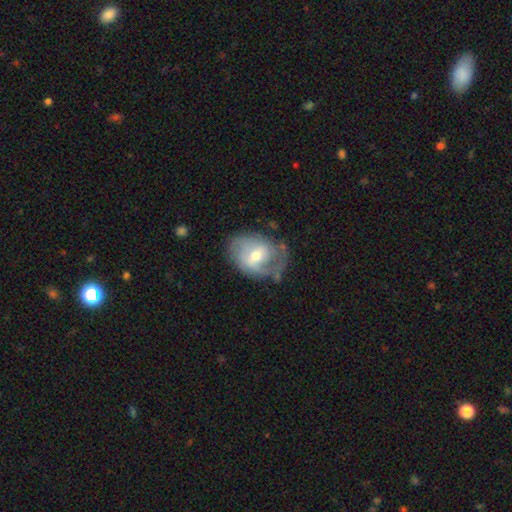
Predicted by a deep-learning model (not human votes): Morphology: type=featured or disk (69%); edge-on=no (96%); bar=weak (51%); spiral arms=yes (81%); winding=medium (41%); arm count=2 (48%); bulge=moderate (61%); merging=none (52%).